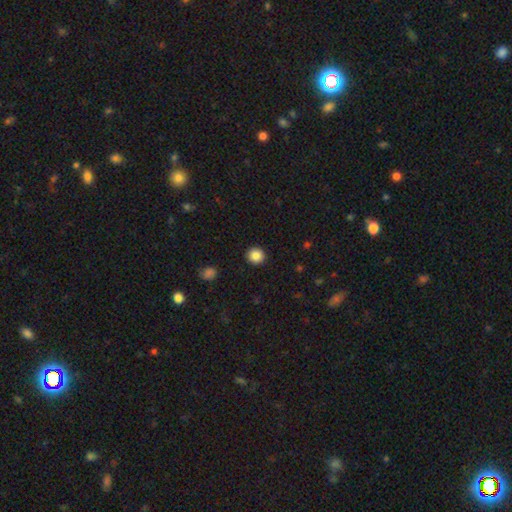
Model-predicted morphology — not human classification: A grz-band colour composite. It shows a smooth galaxy with no disk features (86%) that is round (92%). Merging: none (93%).